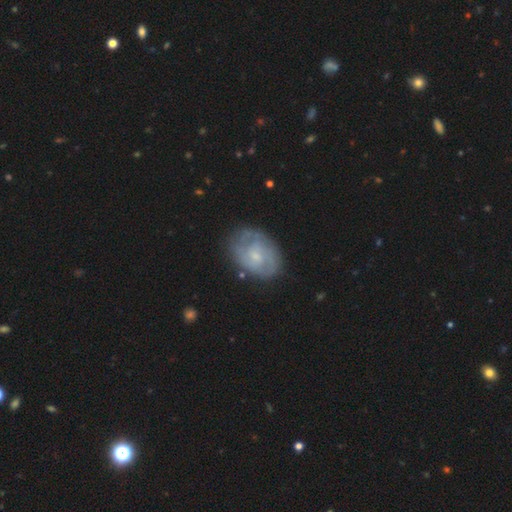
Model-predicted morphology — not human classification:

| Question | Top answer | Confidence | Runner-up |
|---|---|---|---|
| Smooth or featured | featured or disk | 71% | smooth (23%) |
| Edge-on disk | no | 97% | yes (3%) |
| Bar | no | 60% | weak (36%) |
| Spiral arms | yes | 85% | no (15%) |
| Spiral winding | tight | 52% | medium (36%) |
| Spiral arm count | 2 | 42% | can't tell (36%) |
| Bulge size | small | 62% | moderate (27%) |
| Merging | none | 73% | minor disturbance (19%) |